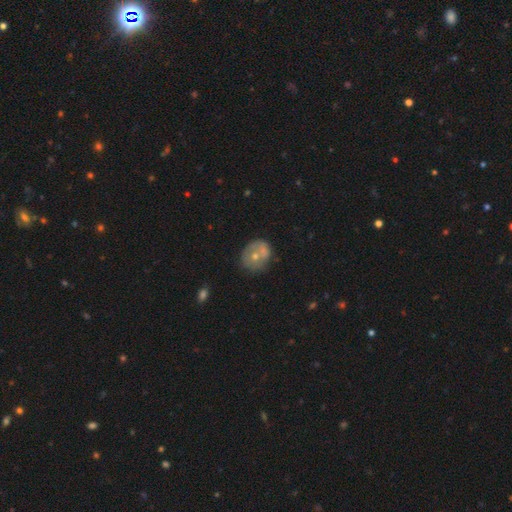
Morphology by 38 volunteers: Smooth or featured? 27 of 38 (71%) said smooth. How rounded? 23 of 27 (85%) said round. Merging? 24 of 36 (67%) said none.